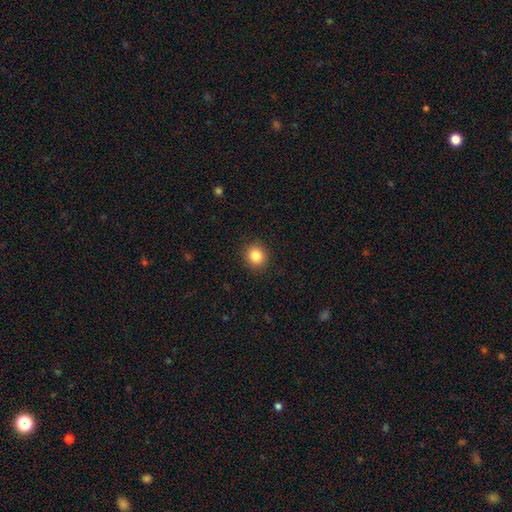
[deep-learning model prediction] Morphology: type=smooth (85%); roundness=round (81%); merging=none (90%).